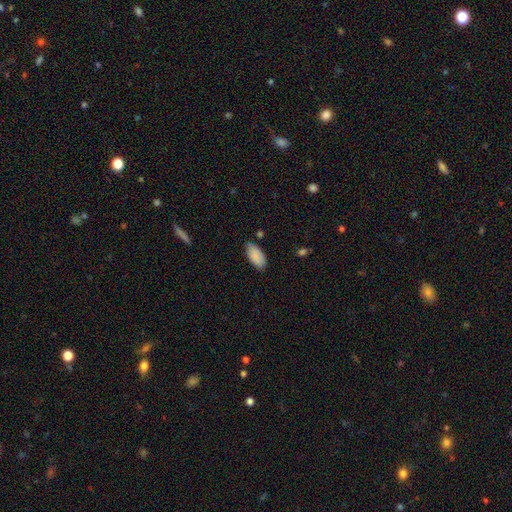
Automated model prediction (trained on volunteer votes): Morphology: type=smooth (89%); roundness=in between (93%); merging=none (79%).